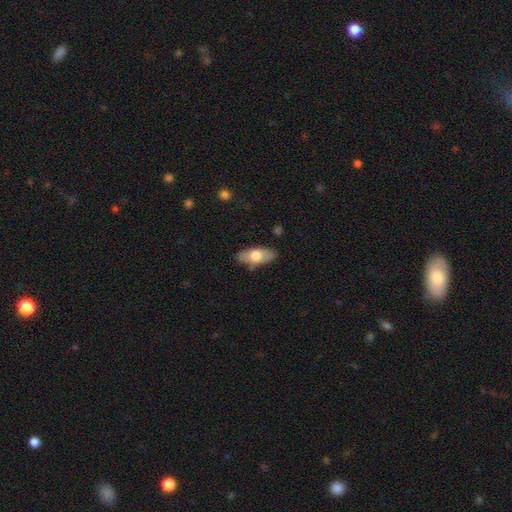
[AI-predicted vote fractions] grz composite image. It shows a smooth galaxy with no disk features (64%) that is in between round and cigar-shaped (84%). Merging: none (82%).